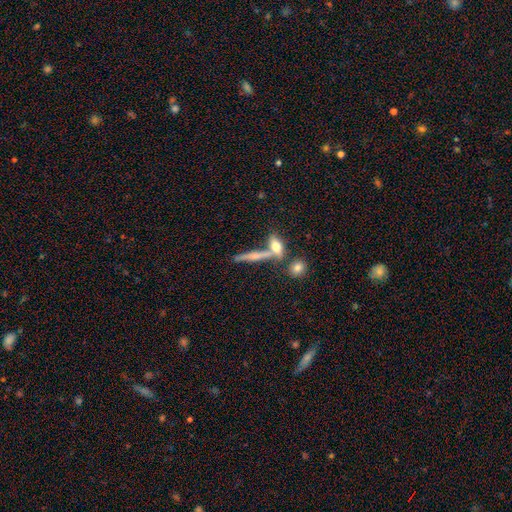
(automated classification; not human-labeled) Smooth or featured: smooth — 49% (featured or disk — 41%)
Merging: none — 58% (merger — 25%)